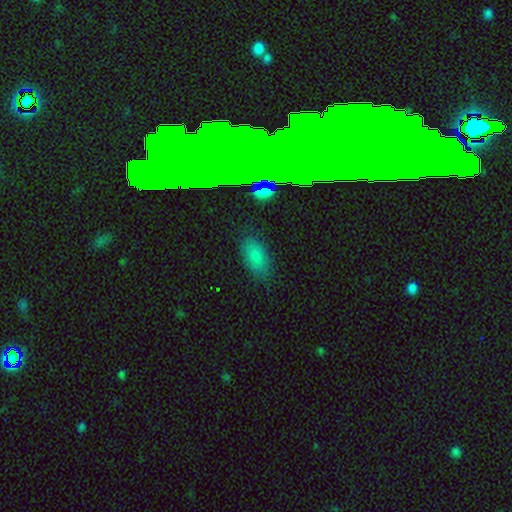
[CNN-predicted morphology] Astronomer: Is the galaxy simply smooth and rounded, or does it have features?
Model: smooth — 74%.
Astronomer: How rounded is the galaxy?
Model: in between — 89%.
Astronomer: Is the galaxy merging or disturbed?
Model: none — 80%.